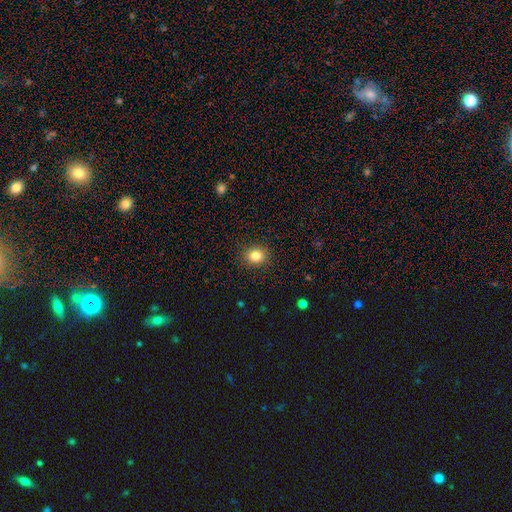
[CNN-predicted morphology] A smooth galaxy with no disk features (83%) that is round (84%).

Vote fractions:
- Smooth or featured? smooth: 83% / star or artifact: 12% / featured or disk: 6%
- How rounded? round: 84% / in between: 15% / cigar-shaped: 1%
- Merging? none: 91% / minor disturbance: 6% / major disturbance: 2% / merger: 1%